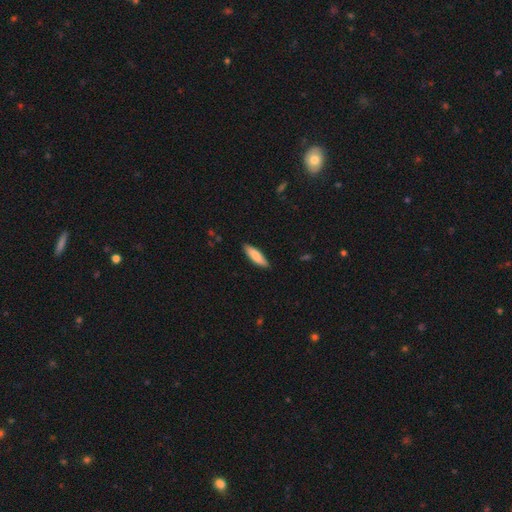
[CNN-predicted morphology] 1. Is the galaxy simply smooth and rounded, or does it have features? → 84% smooth, 11% featured or disk, 5% star or artifact.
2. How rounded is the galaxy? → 58% cigar-shaped, 41% in between, 1% round.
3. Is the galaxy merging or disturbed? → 87% none, 10% minor disturbance, 2% major disturbance, 1% merger.